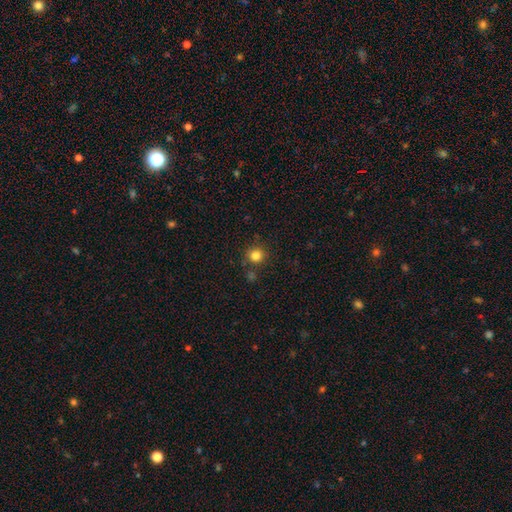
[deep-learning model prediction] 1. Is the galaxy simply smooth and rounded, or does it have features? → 82% smooth, 13% star or artifact, 5% featured or disk.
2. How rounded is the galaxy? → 92% round, 7% in between, 1% cigar-shaped.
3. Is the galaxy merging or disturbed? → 83% none, 8% minor disturbance, 6% merger, 3% major disturbance.